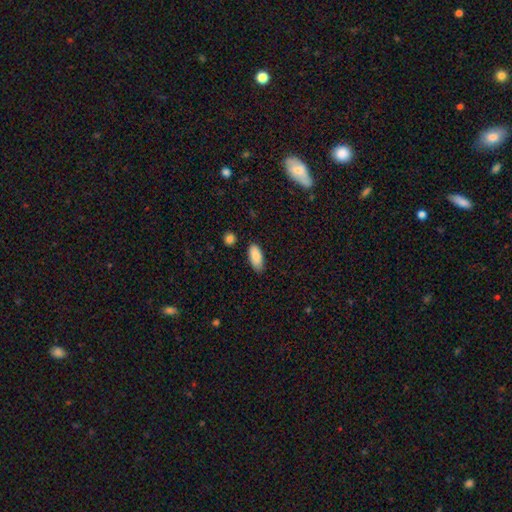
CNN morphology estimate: The model was most divided on "merging": none: 78%, minor disturbance: 17%, major disturbance: 3%, merger: 2%. More confident: smooth or featured — smooth (86%); how rounded — in between (85%).